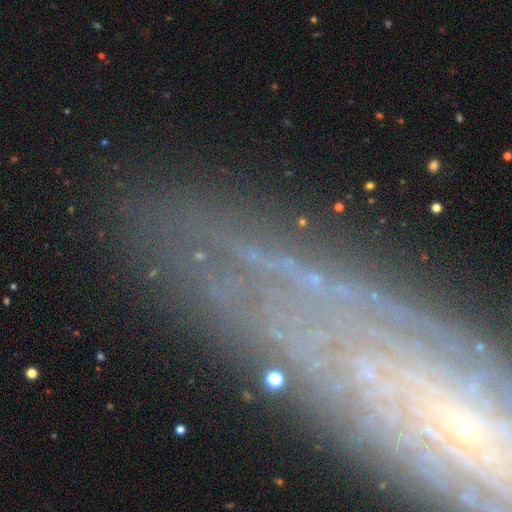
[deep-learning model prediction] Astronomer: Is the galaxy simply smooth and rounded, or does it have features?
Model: star or artifact — 41%, tied with featured or disk at 41%.